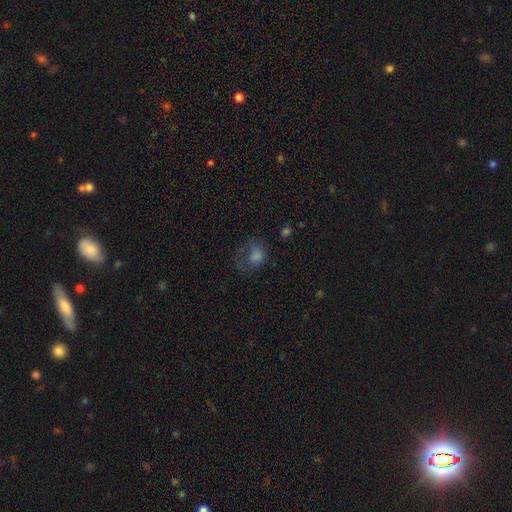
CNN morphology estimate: smooth 53%, featured or disk 28%, star or artifact 19%. Down the decision tree: how rounded — round (54%); merging — major disturbance (40%).